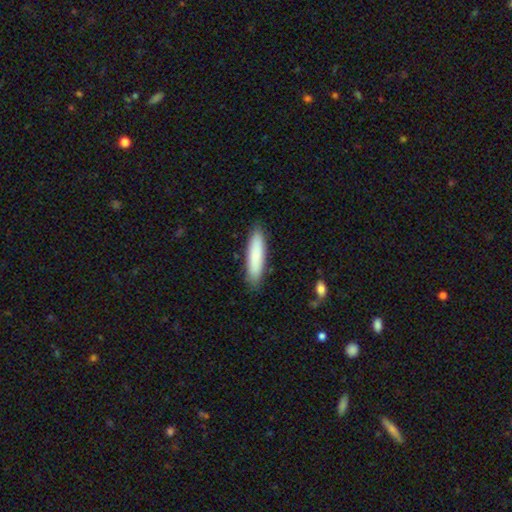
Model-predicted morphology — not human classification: smooth-or-featured: smooth: 81% | featured or disk: 14% | star or artifact: 6%
  how-rounded: cigar-shaped: 72% | in between: 27% | round: 1%
  merging: none: 87% | minor disturbance: 10% | major disturbance: 2% | merger: 1%